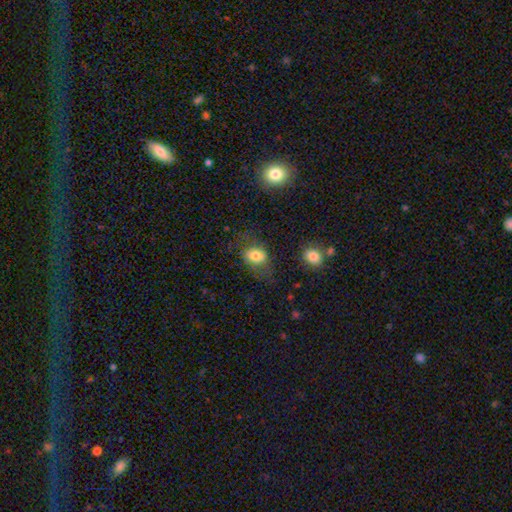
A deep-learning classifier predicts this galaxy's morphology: Overall: smooth (74%). How rounded: in between (71%). Merging: none (54%; minor disturbance 24%).